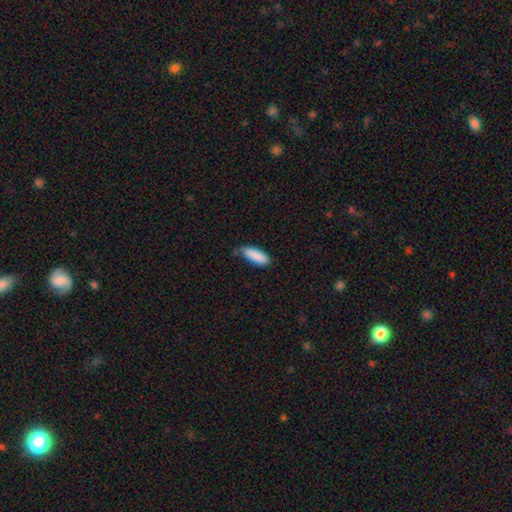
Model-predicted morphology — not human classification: Smooth or featured: smooth — 89% (star or artifact — 6%)
How rounded: in between — 69% (cigar-shaped — 29%)
Merging: none — 59% (minor disturbance — 33%)